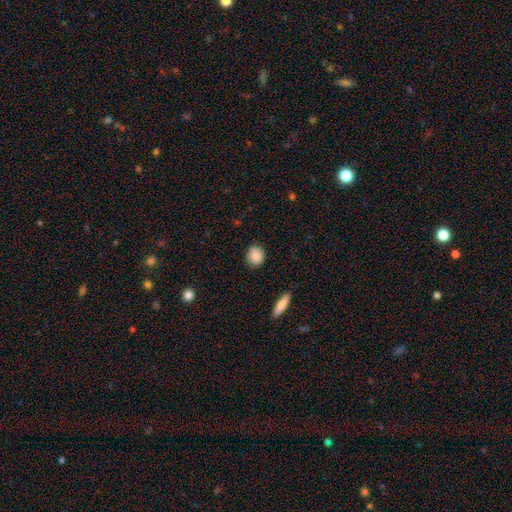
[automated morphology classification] A smooth galaxy with no disk features (88%) that is round (71%).

Vote fractions:
- Smooth or featured? smooth: 88% / star or artifact: 7% / featured or disk: 5%
- How rounded? round: 71% / in between: 27% / cigar-shaped: 2%
- Merging? none: 87% / minor disturbance: 10% / major disturbance: 2% / merger: 1%